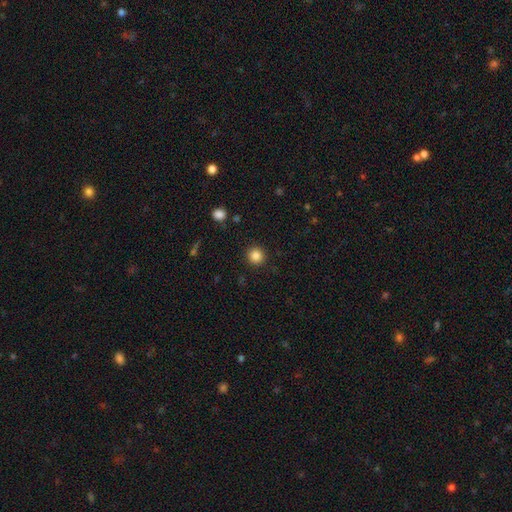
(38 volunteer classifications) Smooth or featured? smooth (89%)
How rounded? round (91%)
Merging? none (94%)